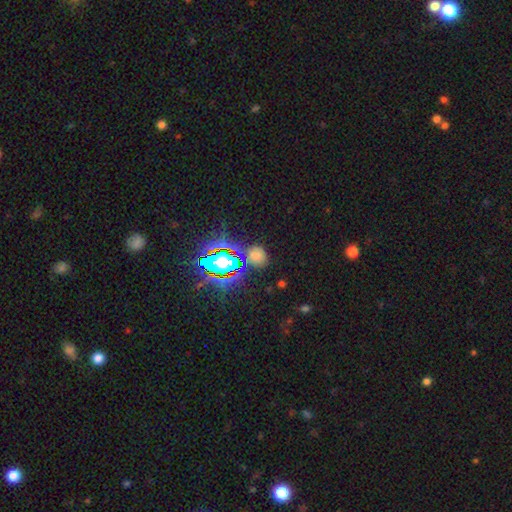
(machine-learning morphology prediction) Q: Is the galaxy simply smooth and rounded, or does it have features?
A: smooth — 52%.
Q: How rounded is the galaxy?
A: round — 68%.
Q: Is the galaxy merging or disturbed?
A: none — 77%.